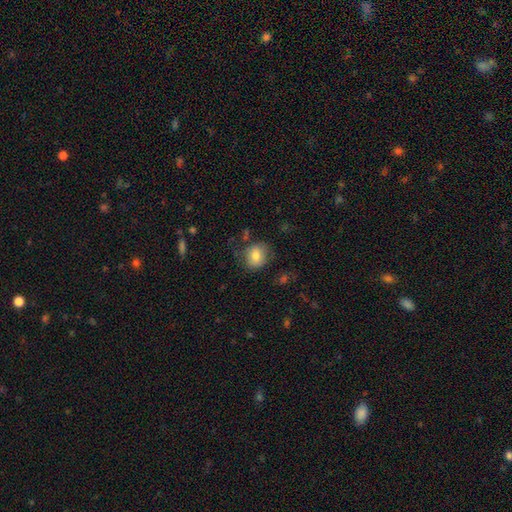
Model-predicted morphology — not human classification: smooth 78%, featured or disk 13%, star or artifact 9%. Down the decision tree: how rounded — round (64%); merging — none (74%).